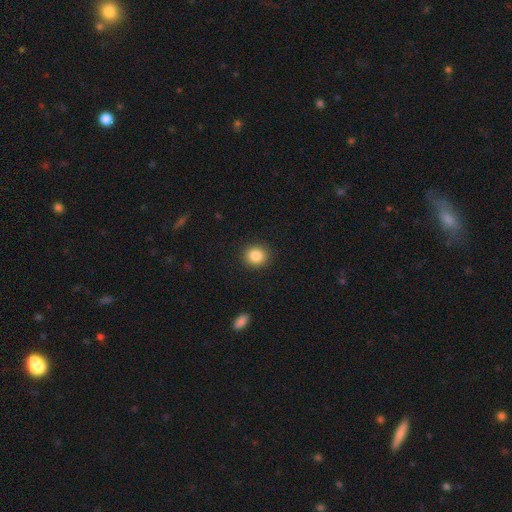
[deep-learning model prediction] smooth-or-featured: smooth: 86% | star or artifact: 10% | featured or disk: 5%
  how-rounded: round: 87% | in between: 12% | cigar-shaped: 1%
  merging: none: 92% | minor disturbance: 5% | major disturbance: 2% | merger: 1%